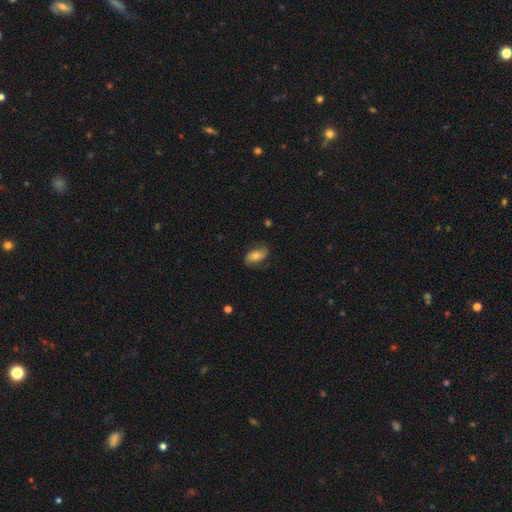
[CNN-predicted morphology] Smooth or featured? smooth (56%)
How rounded? in between (88%)
Merging? none (73%)